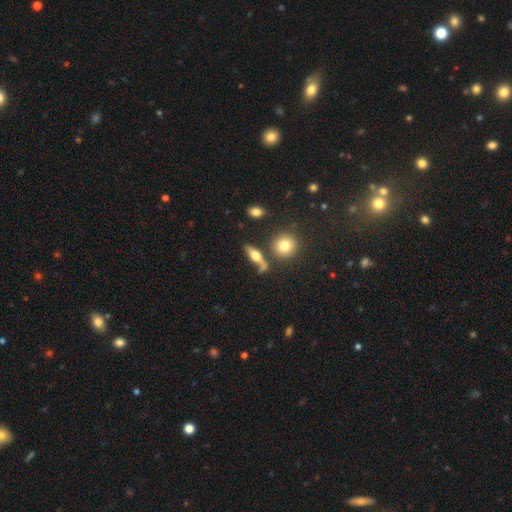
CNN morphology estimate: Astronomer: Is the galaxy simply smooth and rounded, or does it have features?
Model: smooth — 57% (runner-up: featured or disk, 33%).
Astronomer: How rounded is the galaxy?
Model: in between — 52% (runner-up: cigar-shaped, 35%).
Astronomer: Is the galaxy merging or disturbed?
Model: none — 59%.